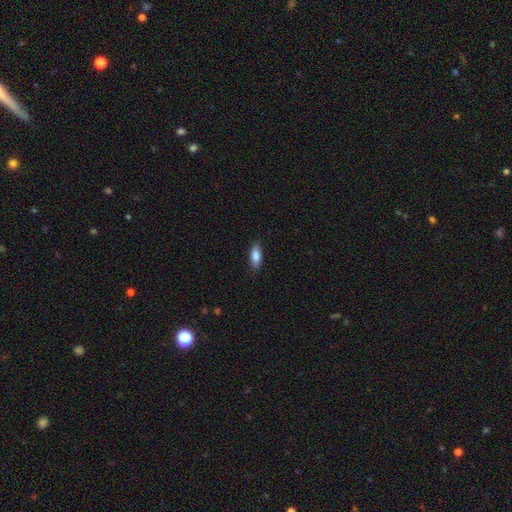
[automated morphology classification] Smooth or featured? Predicted: smooth (p=0.86). How rounded? Predicted: in between (p=0.74). Merging? Predicted: none (p=0.84).